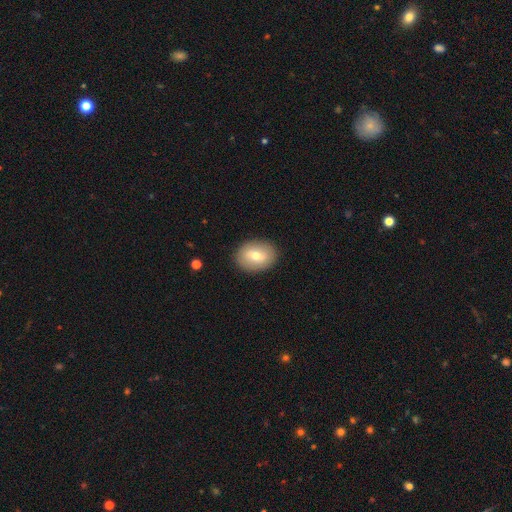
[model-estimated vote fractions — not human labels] Smooth or featured? Predicted: smooth (p=0.68). How rounded? Predicted: in between (p=0.64). Merging? Predicted: none (p=0.89).